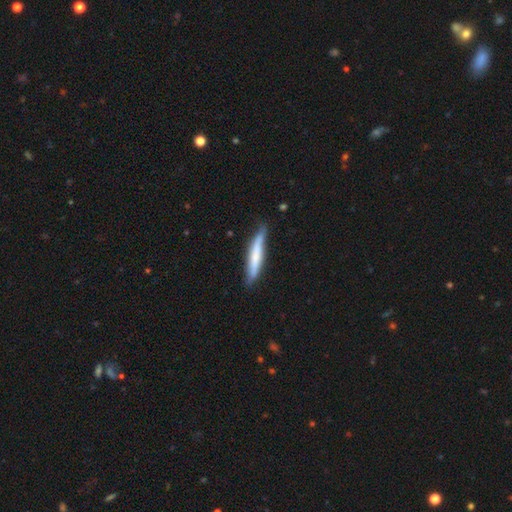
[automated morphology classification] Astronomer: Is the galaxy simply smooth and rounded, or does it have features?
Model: smooth — 60%.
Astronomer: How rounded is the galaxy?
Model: cigar-shaped — 92%.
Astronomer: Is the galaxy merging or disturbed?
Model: none — 73%.